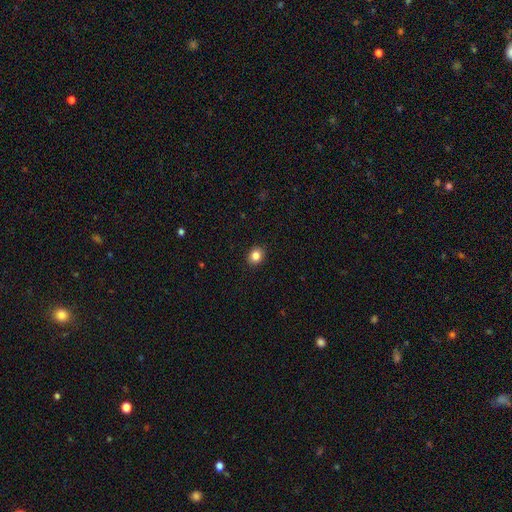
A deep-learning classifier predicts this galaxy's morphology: type=smooth (85%); roundness=round (61%); merging=none (91%).